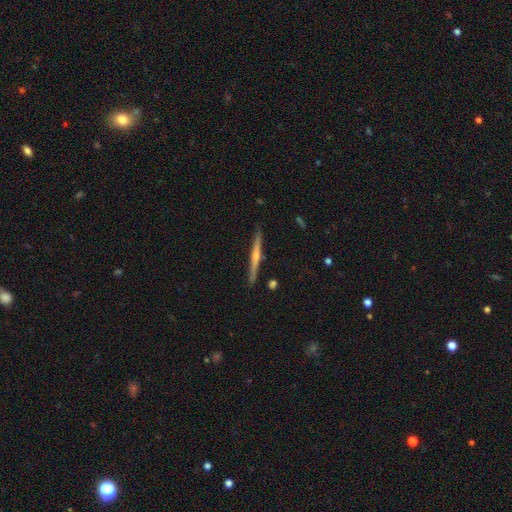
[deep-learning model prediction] Morphology: type=featured or disk (72%); edge-on=yes (98%); edge-on bulge=rounded (77%); merging=none (91%).